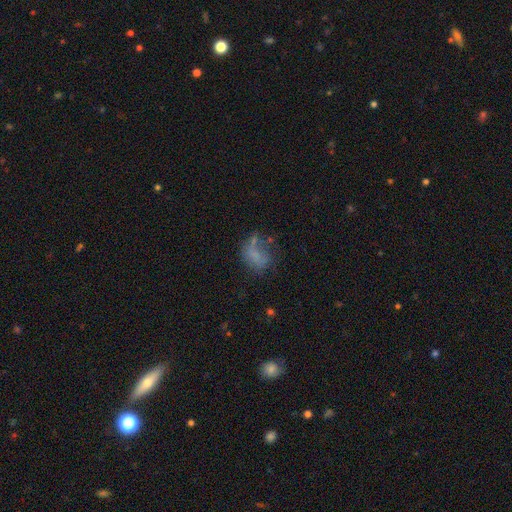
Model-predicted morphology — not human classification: Smooth or featured? smooth (55%)
How rounded? in between (70%)
Merging? major disturbance (33%, tied with none)